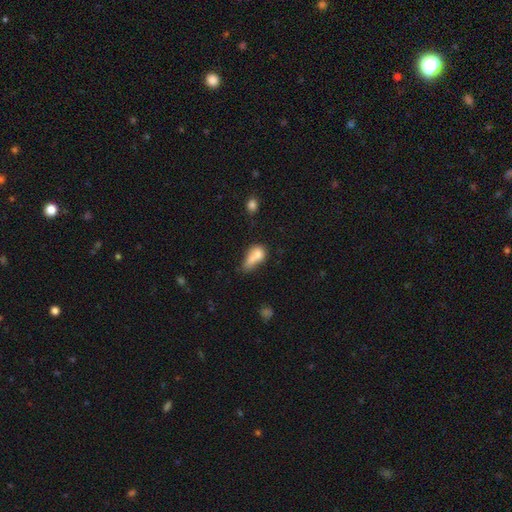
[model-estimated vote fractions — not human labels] Morphology: type=smooth (71%); roundness=in between (73%); merging=merger (45%).